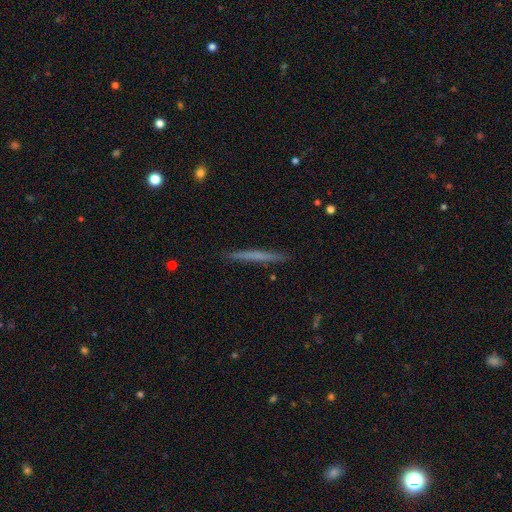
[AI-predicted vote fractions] A smooth galaxy with no disk features (54%) that is cigar-shaped (97%).

Vote fractions:
- Smooth or featured? smooth: 54% / featured or disk: 40% / star or artifact: 6%
- How rounded? cigar-shaped: 97% / in between: 2% / round: 1%
- Merging? none: 91% / minor disturbance: 6% / major disturbance: 1% / merger: 1%